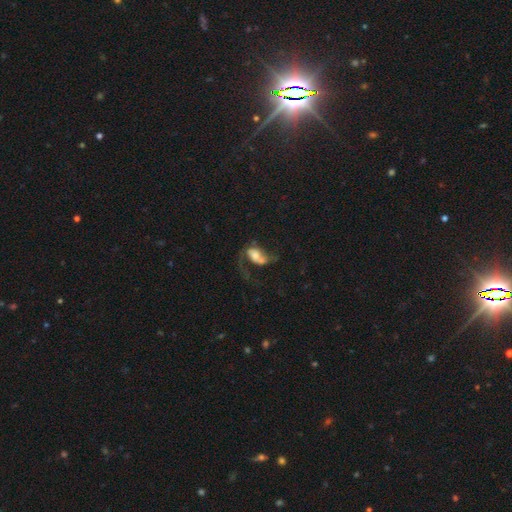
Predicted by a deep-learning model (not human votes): Smooth or featured? featured or disk (54%)
Edge-on disk? no (96%)
Bar? no (63%)
Spiral arms? yes (72%)
Bulge size? moderate (35%)
Merging? major disturbance (44%)